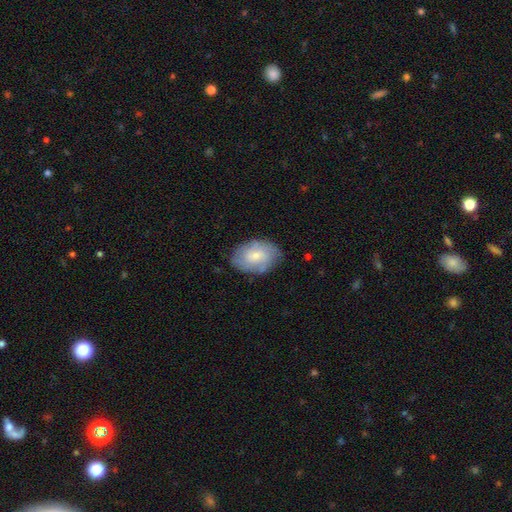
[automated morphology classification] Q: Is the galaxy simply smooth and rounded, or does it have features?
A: smooth — 58%.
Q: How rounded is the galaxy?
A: in between — 82%.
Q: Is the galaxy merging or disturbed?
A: none — 75%.